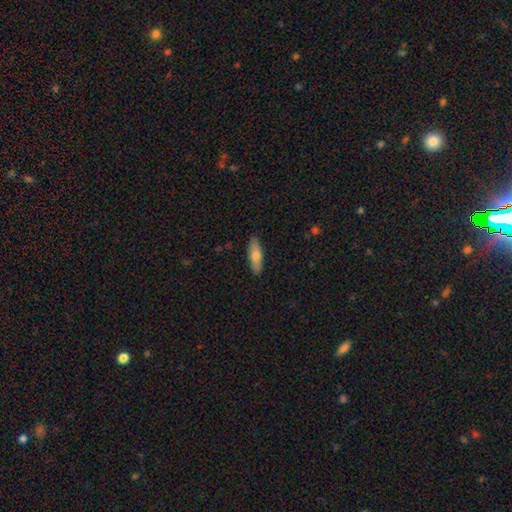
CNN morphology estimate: Smooth or featured?
  - smooth: 73% *
  - featured or disk: 21%
  - star or artifact: 6%
How rounded?
  - in between: 50% *
  - cigar-shaped: 48%
  - round: 2%
Merging?
  - none: 87% *
  - minor disturbance: 10%
  - major disturbance: 2%
  - merger: 1%